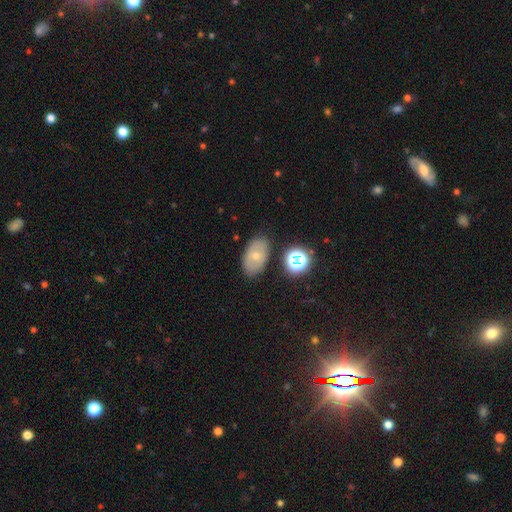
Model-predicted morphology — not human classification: type=smooth (54%); roundness=in between (88%); merging=none (79%).